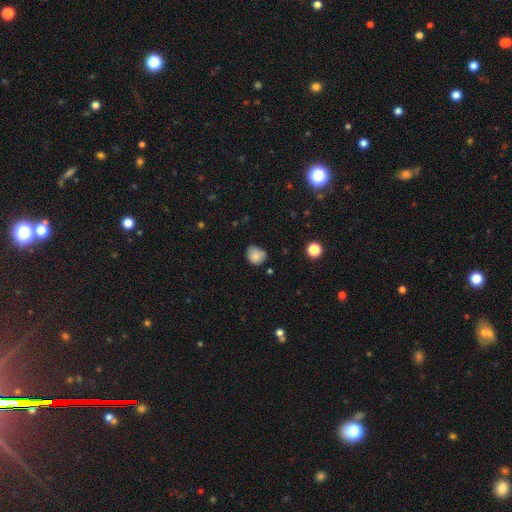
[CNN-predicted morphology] The model was most divided on "merging": none: 55%, minor disturbance: 31%, major disturbance: 7%, merger: 6%. More confident: smooth or featured — smooth (77%); how rounded — round (65%).